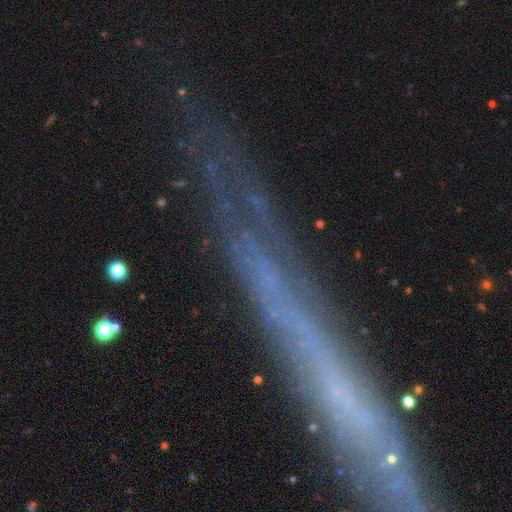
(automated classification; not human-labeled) Q: Smooth or featured?
A: featured or disk (57%); runner-up: smooth (27%)
Q: Edge-on disk?
A: yes (82%); runner-up: no (18%)
Q: Merging?
A: none (79%); runner-up: minor disturbance (14%)